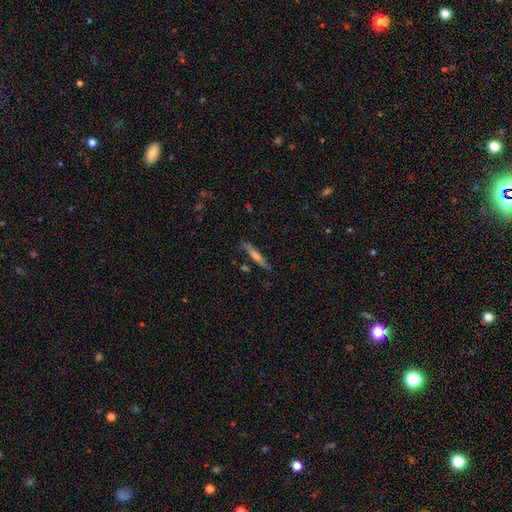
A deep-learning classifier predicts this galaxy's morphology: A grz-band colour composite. It shows a featured or disk galaxy (52%) viewed edge-on (94%). Merging: none (83%).